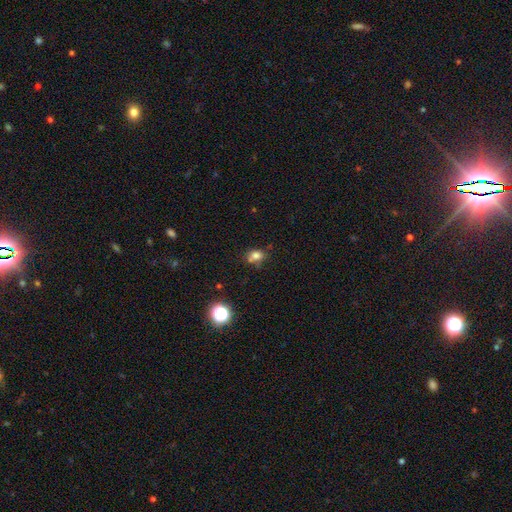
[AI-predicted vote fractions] The model was most divided on "how rounded": round: 58%, in between: 41%, cigar-shaped: 1%. More confident: smooth or featured — smooth (74%); merging — none (54%).